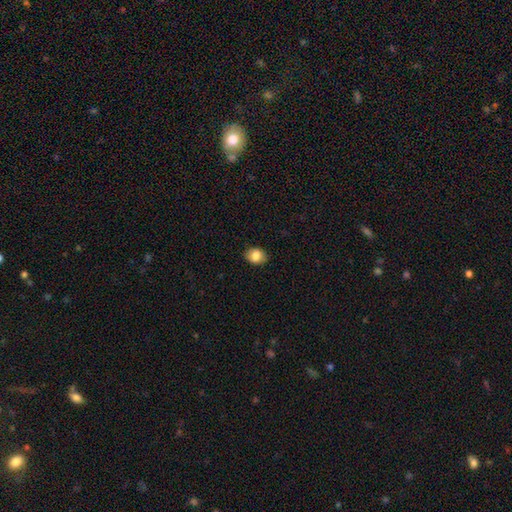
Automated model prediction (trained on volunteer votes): Q: Smooth or featured?
A: smooth (84%); runner-up: star or artifact (8%)
Q: How rounded?
A: in between (57%); runner-up: round (42%)
Q: Merging?
A: none (88%); runner-up: minor disturbance (9%)